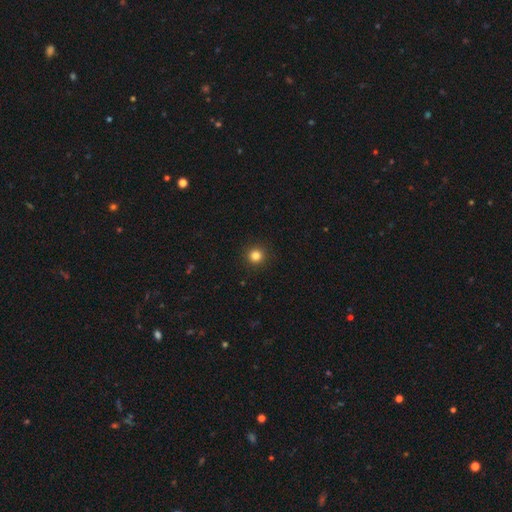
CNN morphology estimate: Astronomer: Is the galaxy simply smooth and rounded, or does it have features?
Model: smooth — 84%.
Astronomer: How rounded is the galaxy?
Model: round — 95%.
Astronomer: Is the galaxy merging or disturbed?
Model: none — 93%.